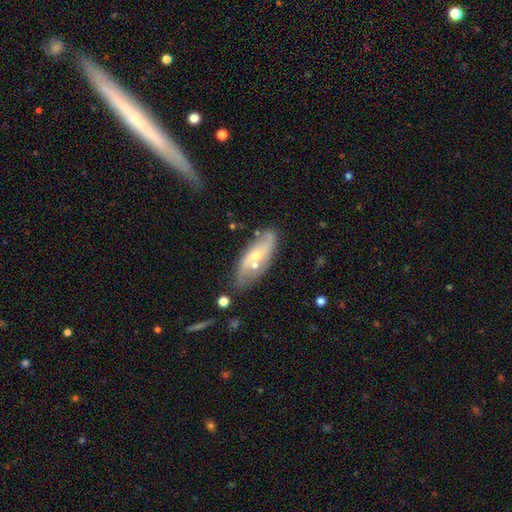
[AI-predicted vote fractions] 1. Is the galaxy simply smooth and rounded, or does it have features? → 67% featured or disk, 27% smooth, 7% star or artifact.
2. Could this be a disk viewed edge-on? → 82% no, 18% yes.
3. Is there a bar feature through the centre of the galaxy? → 59% no, 30% weak, 11% strong.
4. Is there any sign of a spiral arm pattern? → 80% yes, 20% no.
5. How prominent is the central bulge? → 55% small, 40% moderate, 2% none, 2% large, 1% dominant.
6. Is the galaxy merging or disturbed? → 66% none, 19% minor disturbance, 10% merger, 6% major disturbance.